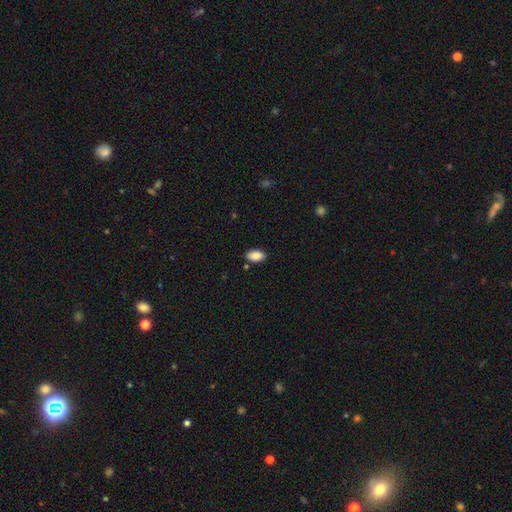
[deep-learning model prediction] smooth_or_featured: smooth (p=0.89) [alt: star or artifact p=0.07]
how_rounded: in between (p=0.93) [alt: round p=0.05]
merging: none (p=0.85) [alt: minor disturbance p=0.11]